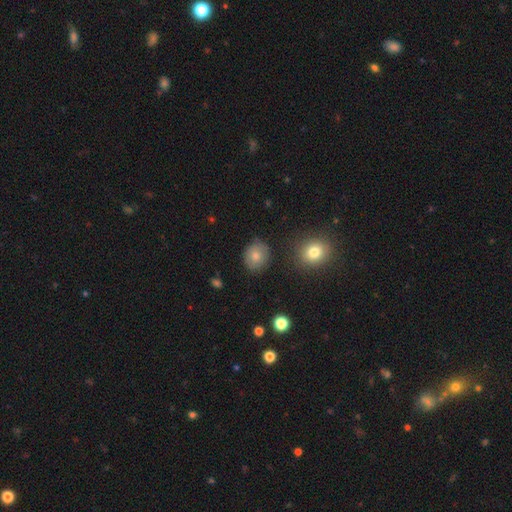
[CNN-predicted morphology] This appears to be a smooth galaxy with no disk features (78%) that is round (72%). Merging: none (84%).